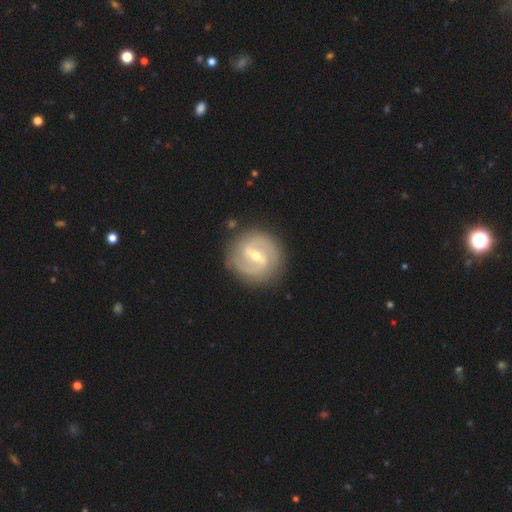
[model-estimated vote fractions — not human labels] Smooth or featured: featured or disk — 86% (smooth — 10%)
Edge-on disk: no — 97% (yes — 3%)
Bar: strong — 46% (weak — 43%)
Spiral arms: yes — 95% (no — 5%)
Spiral winding: medium — 44% (tied with tight — 44%)
Spiral arm count: 2 — 83% (can't tell — 6%)
Bulge size: moderate — 49% (small — 47%)
Merging: none — 86% (minor disturbance — 10%)